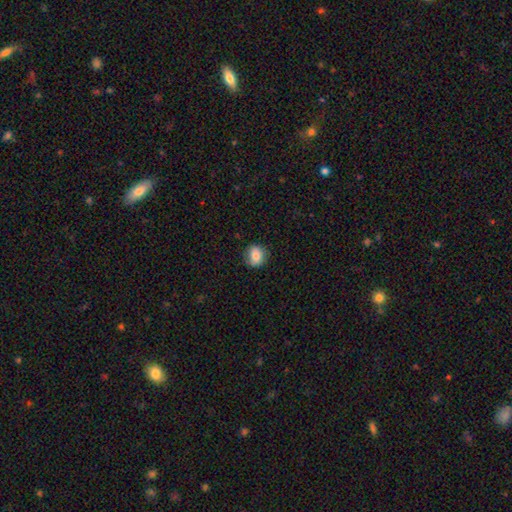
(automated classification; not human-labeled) Smooth or featured? smooth (77%)
How rounded? round (67%)
Merging? none (79%)